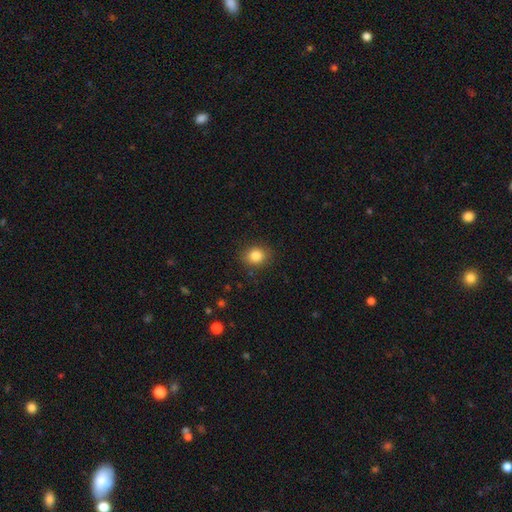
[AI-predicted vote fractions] Morphology: type=smooth (85%); roundness=round (65%); merging=none (87%).